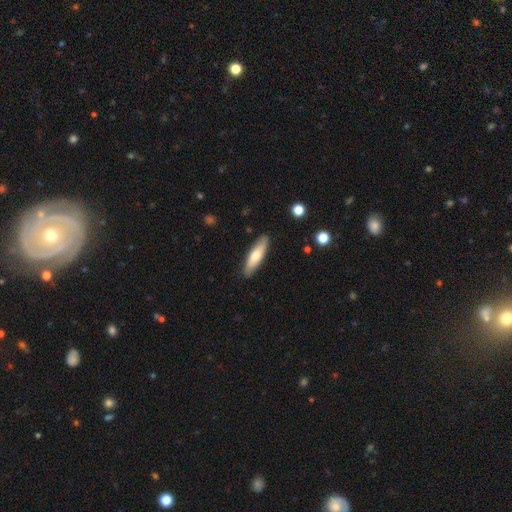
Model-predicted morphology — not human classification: type=smooth (68%); roundness=cigar-shaped (66%); merging=none (88%).